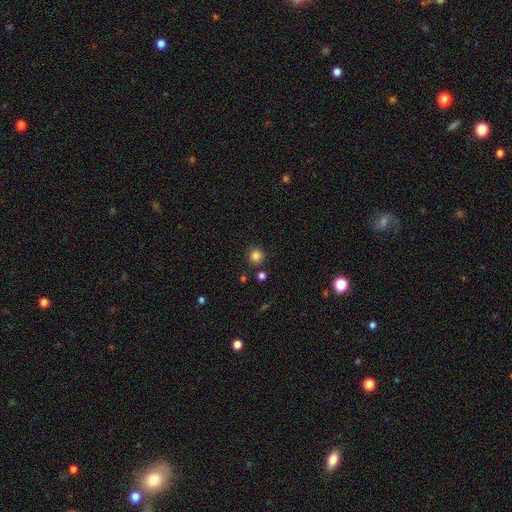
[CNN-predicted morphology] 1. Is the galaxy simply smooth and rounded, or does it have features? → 84% smooth, 12% star or artifact, 4% featured or disk.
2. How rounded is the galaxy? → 94% round, 5% in between, 1% cigar-shaped.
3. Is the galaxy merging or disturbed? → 87% none, 7% minor disturbance, 4% merger, 2% major disturbance.